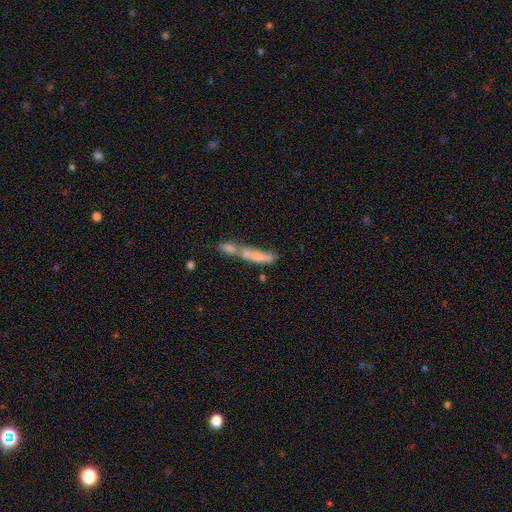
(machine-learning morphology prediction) Q: Smooth or featured?
A: smooth (54%); runner-up: featured or disk (36%)
Q: How rounded?
A: cigar-shaped (76%); runner-up: in between (21%)
Q: Merging?
A: merger (62%); runner-up: none (19%)